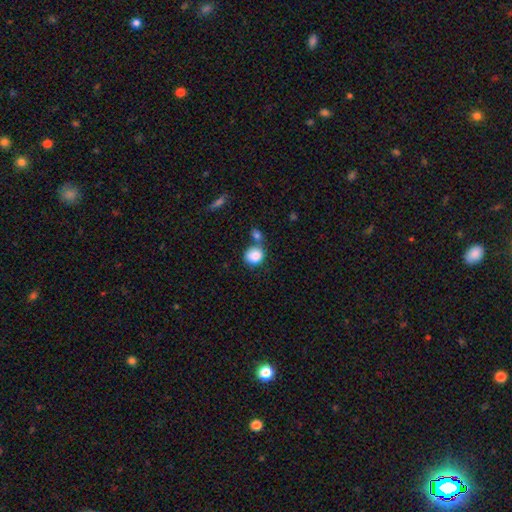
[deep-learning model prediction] smooth_or_featured: smooth (p=0.86) [alt: star or artifact p=0.08]
how_rounded: round (p=0.71) [alt: in between p=0.28]
merging: none (p=0.49) [alt: merger p=0.29]